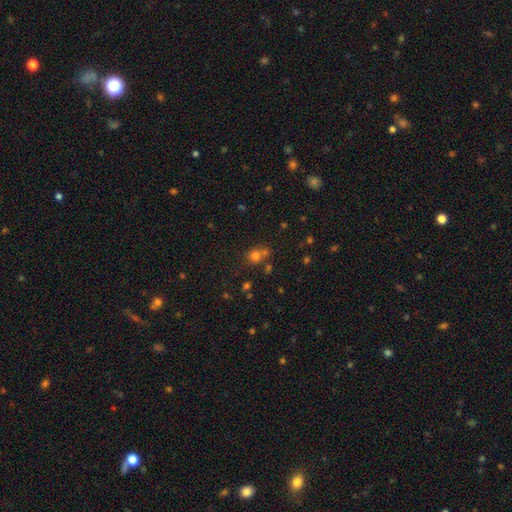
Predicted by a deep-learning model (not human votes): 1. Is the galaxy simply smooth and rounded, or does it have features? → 70% smooth, 21% star or artifact, 10% featured or disk.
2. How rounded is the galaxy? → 77% round, 22% in between, 1% cigar-shaped.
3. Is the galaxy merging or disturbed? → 52% none, 31% merger, 11% minor disturbance, 5% major disturbance.